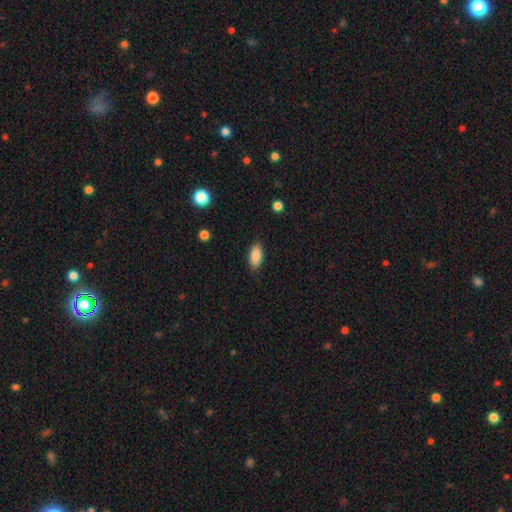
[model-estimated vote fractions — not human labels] smooth 87%, star or artifact 7%, featured or disk 6%. Down the decision tree: how rounded — in between (89%); merging — none (86%).